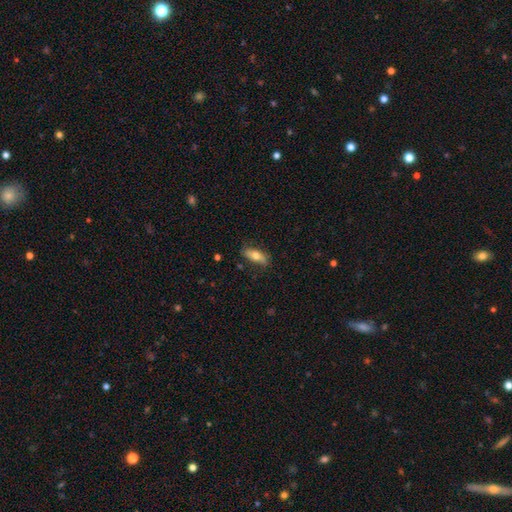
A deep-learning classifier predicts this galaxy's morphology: Smooth or featured? smooth (65%)
How rounded? in between (73%)
Merging? none (76%)